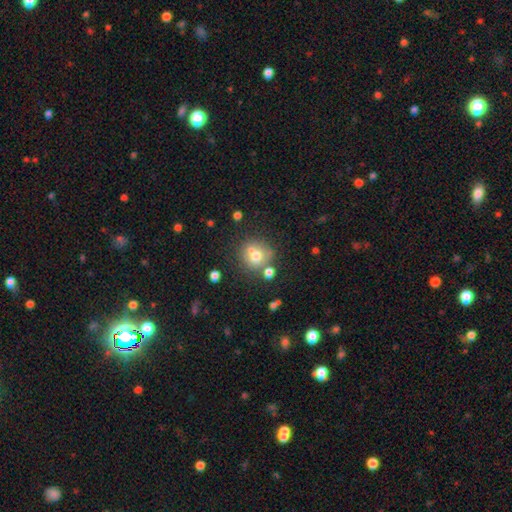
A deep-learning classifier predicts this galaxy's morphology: Smooth or featured? Predicted: smooth (p=0.68). How rounded? Predicted: round (p=0.86). Merging? Predicted: none (p=0.58).